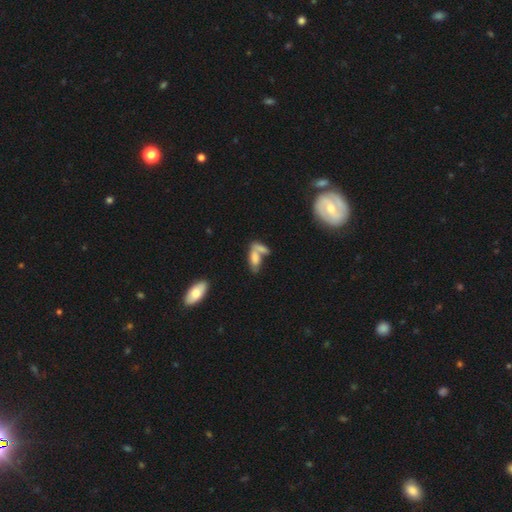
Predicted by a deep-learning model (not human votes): Overall: smooth (69%). How rounded: in between (80%). Merging: merger (54%; none 28%).